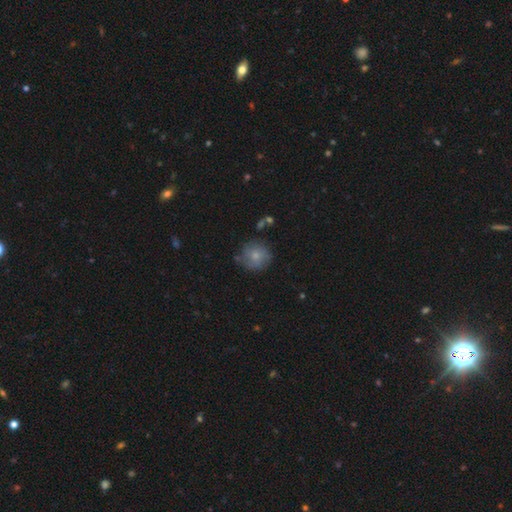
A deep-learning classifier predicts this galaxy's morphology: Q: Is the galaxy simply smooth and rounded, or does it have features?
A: smooth — 68%.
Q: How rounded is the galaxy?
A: round — 88%.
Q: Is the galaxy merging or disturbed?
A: none — 66%.